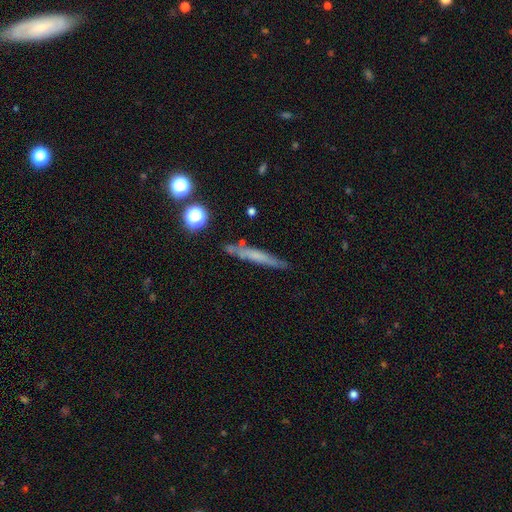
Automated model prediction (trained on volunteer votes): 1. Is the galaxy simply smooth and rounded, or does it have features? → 51% smooth, 39% featured or disk, 10% star or artifact.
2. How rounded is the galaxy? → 92% cigar-shaped, 5% in between, 3% round.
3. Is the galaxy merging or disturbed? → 77% none, 15% minor disturbance, 5% merger, 4% major disturbance.